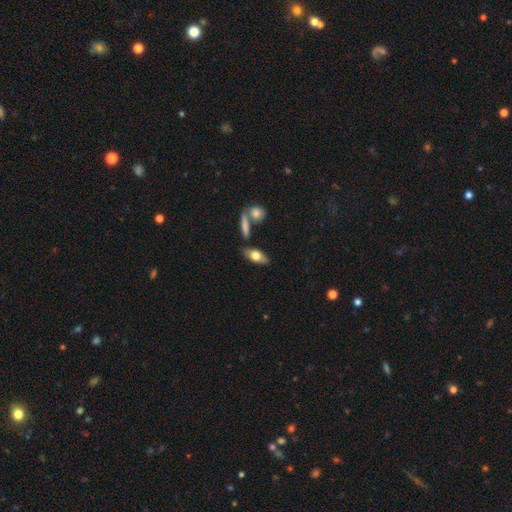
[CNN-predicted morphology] smooth 65%, featured or disk 28%, star or artifact 6%. Down the decision tree: how rounded — in between (81%); merging — none (76%).